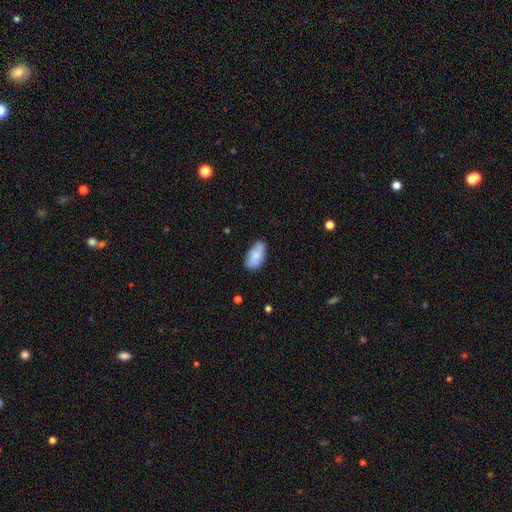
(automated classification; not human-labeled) Smooth or featured? Predicted: smooth (p=0.75). How rounded? Predicted: in between (p=0.94). Merging? Predicted: none (p=0.68).